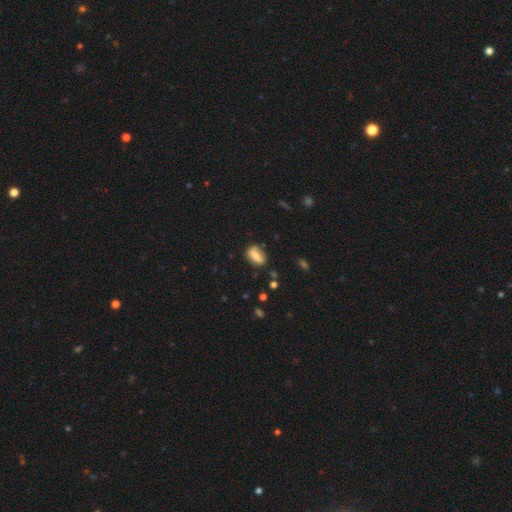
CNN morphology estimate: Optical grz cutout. It shows a smooth galaxy with no disk features (70%) that is in between round and cigar-shaped (78%). Merging: none (72%).